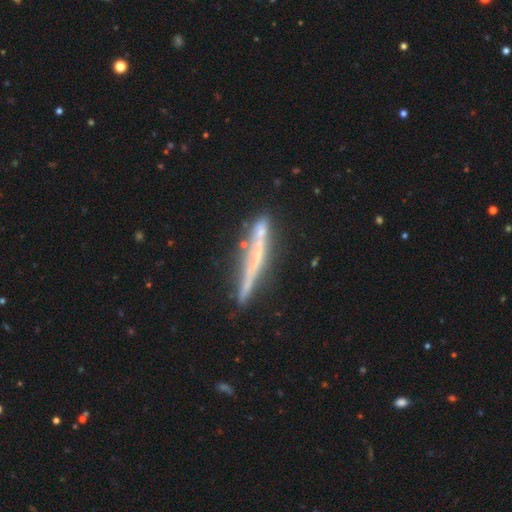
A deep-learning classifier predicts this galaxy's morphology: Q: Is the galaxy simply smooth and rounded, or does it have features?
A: featured or disk — 66%.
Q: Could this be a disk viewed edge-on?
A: yes — 94%.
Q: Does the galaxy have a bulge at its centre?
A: none — 81%.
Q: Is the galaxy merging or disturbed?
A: none — 75%.